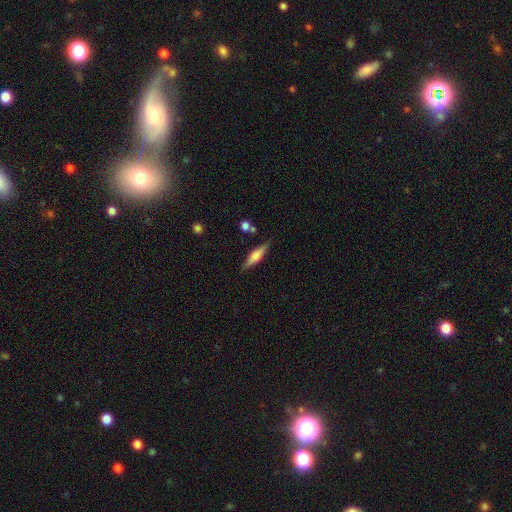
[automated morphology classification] smooth-or-featured: smooth: 49% | featured or disk: 45% | star or artifact: 7%
  merging: none: 82% | minor disturbance: 12% | merger: 4% | major disturbance: 3%